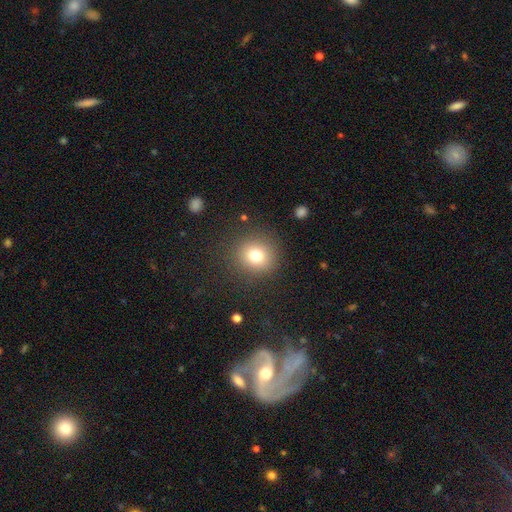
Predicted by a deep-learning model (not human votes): Overall: smooth (76%). How rounded: round (90%). Merging: none (88%).